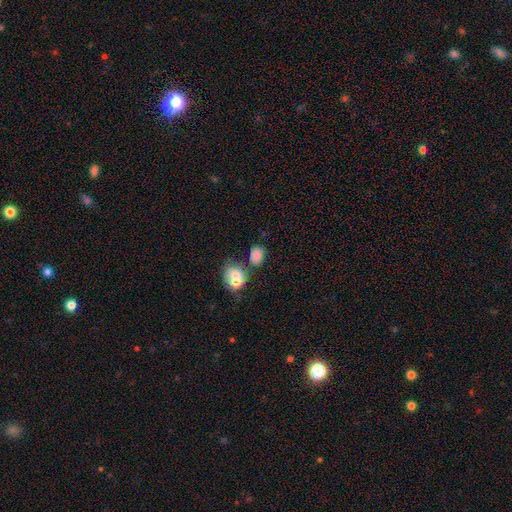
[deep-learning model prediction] Morphology: type=smooth (73%); roundness=in between (57%); merging=none (46%).